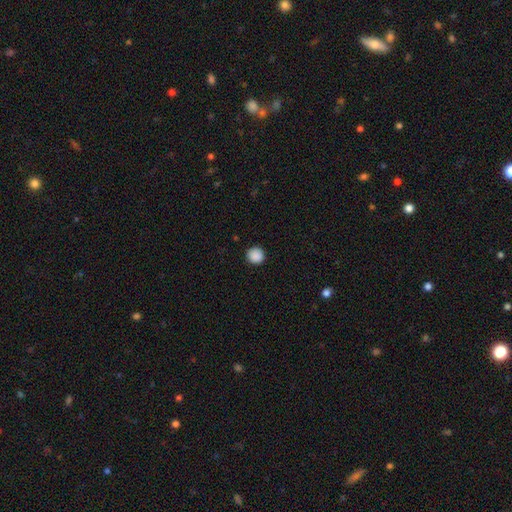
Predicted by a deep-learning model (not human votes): A smooth galaxy with no disk features (89%) that is round (94%).

Vote fractions:
- Smooth or featured? smooth: 89% / star or artifact: 9% / featured or disk: 2%
- How rounded? round: 94% / in between: 6% / cigar-shaped: 1%
- Merging? none: 92% / minor disturbance: 5% / major disturbance: 2% / merger: 1%